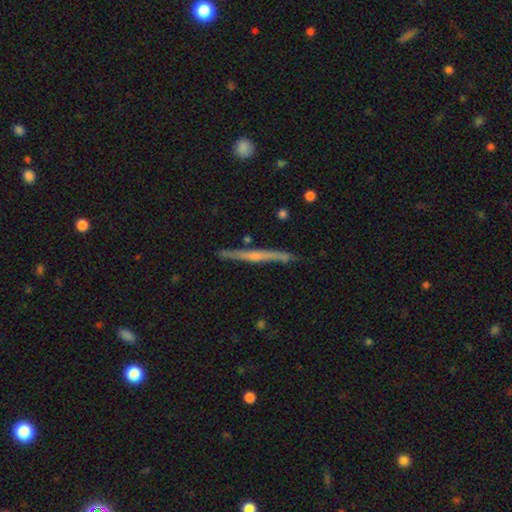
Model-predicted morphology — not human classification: Smooth or featured?
  - featured or disk: 70% *
  - smooth: 24%
  - star or artifact: 6%
Edge-on disk?
  - yes: 97% *
  - no: 3%
Edge-on bulge?
  - rounded: 60% *
  - none: 33%
  - boxy: 7%
Merging?
  - none: 84% *
  - minor disturbance: 11%
  - merger: 2%
  - major disturbance: 2%